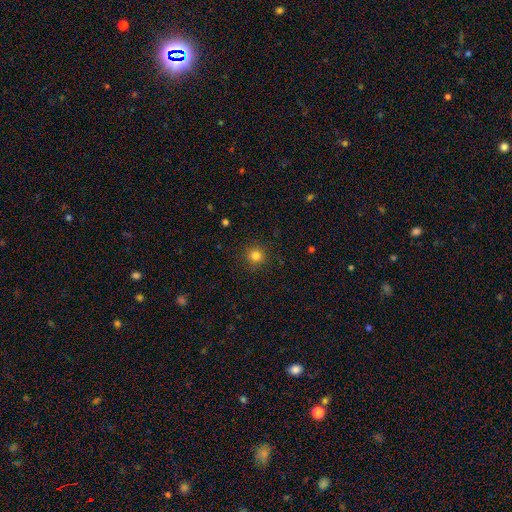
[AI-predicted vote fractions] Q: Smooth or featured?
A: smooth (82%); runner-up: star or artifact (13%)
Q: How rounded?
A: round (93%); runner-up: in between (6%)
Q: Merging?
A: none (90%); runner-up: minor disturbance (6%)